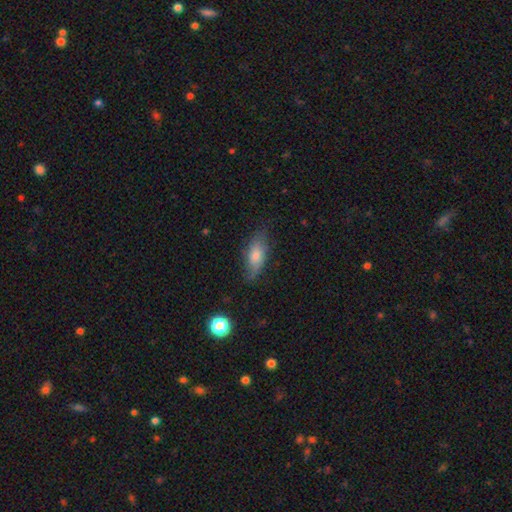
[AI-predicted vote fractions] Morphology: type=smooth (65%); roundness=in between (76%); merging=none (69%).